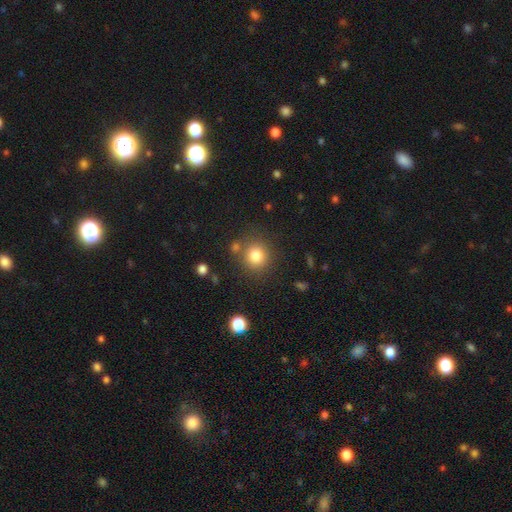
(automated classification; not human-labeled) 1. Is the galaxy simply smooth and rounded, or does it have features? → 82% smooth, 12% star or artifact, 7% featured or disk.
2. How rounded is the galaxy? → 87% round, 12% in between, 1% cigar-shaped.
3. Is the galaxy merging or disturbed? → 79% none, 9% minor disturbance, 8% merger, 4% major disturbance.